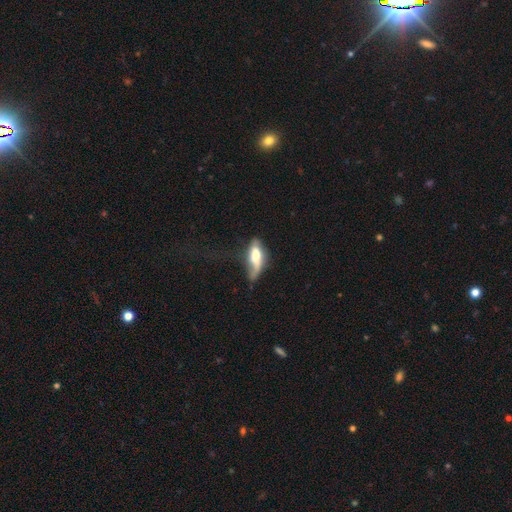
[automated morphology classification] A smooth galaxy with no disk features (56%) that is in between round and cigar-shaped (70%). Merging: major disturbance (34%).